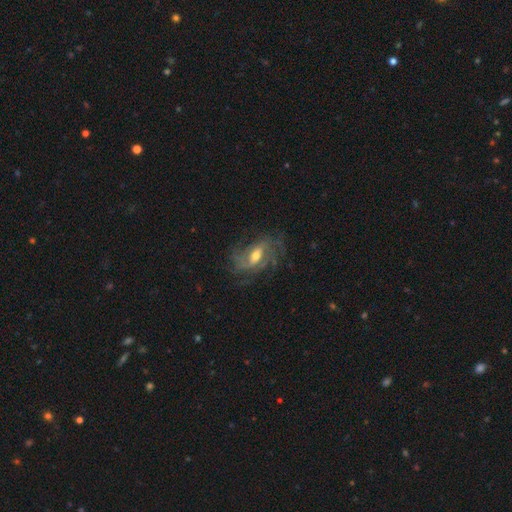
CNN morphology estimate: This appears to be a featured or disk galaxy (81%) with a weak bar (46%), 2 (36%) medium (43%) spiral arms (89%) and a moderate central bulge (65%). Merging: none (61%).